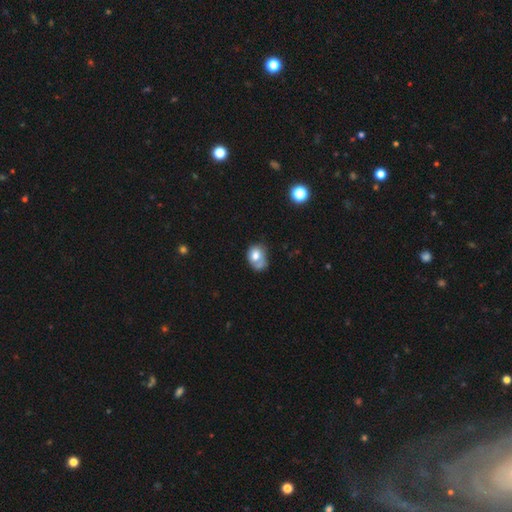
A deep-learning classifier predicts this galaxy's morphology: A smooth galaxy with no disk features (70%) that is in between round and cigar-shaped (59%).

Vote fractions:
- Smooth or featured? smooth: 70% / featured or disk: 22% / star or artifact: 8%
- How rounded? in between: 59% / round: 40% / cigar-shaped: 1%
- Merging? none: 36% / minor disturbance: 28% / merger: 18% / major disturbance: 18%